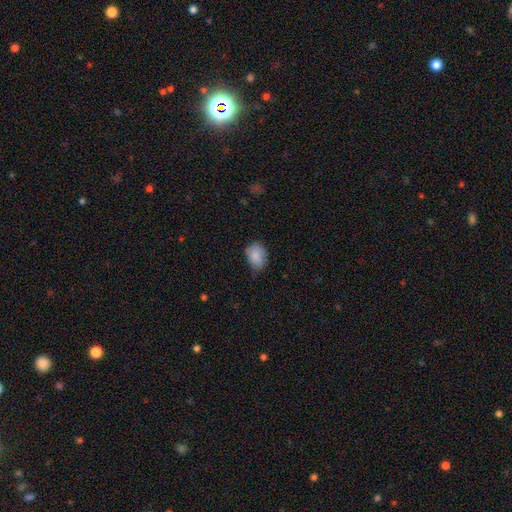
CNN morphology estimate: type=smooth (86%); roundness=in between (68%); merging=none (58%).